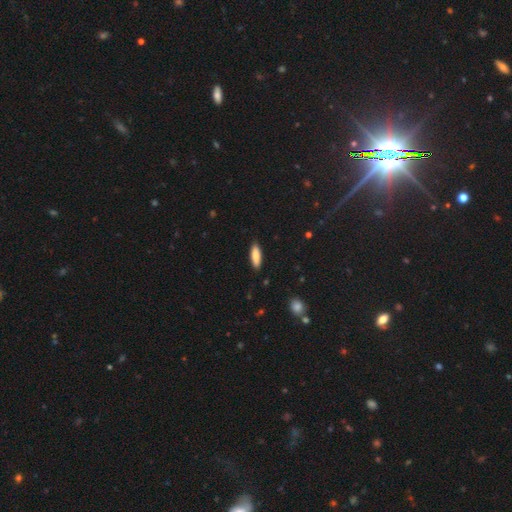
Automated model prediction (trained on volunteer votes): Morphology: type=smooth (84%); roundness=cigar-shaped (51%); merging=none (88%).